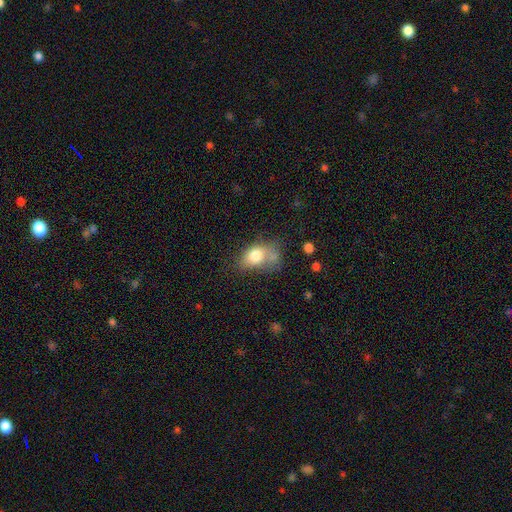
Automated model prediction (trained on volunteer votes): Morphology: type=smooth (74%); roundness=in between (77%); merging=none (31%).